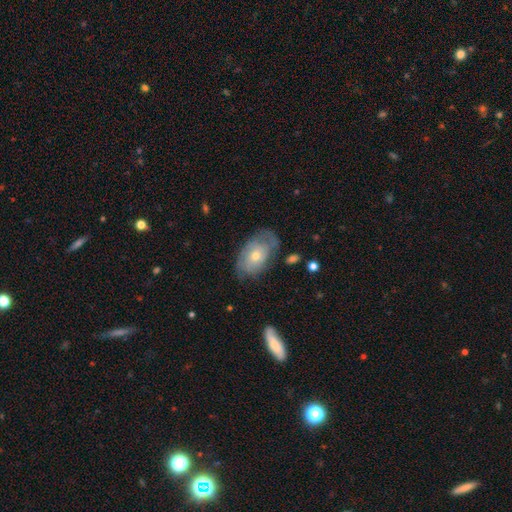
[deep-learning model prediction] This is possibly a featured or disk galaxy (54%). It is clearly not viewed edge-on (94%). Bar: clearly no (83%). Spiral arm pattern: likely yes (68%). Central bulge: possibly moderate (48%, tied with small). Merging: likely none (60%).